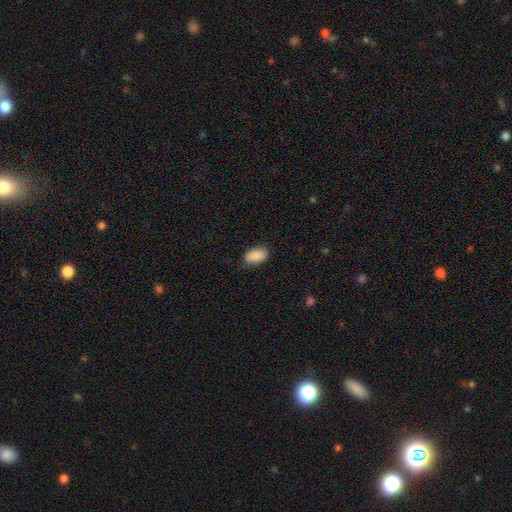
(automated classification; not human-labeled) Overall: smooth (90%). How rounded: in between (93%). Merging: none (81%).